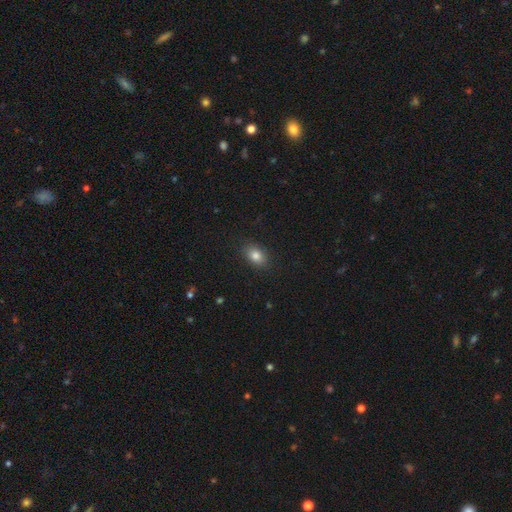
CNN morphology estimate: smooth_or_featured: smooth (p=0.83) [alt: star or artifact p=0.10]
how_rounded: in between (p=0.79) [alt: round p=0.19]
merging: none (p=0.87) [alt: minor disturbance p=0.10]